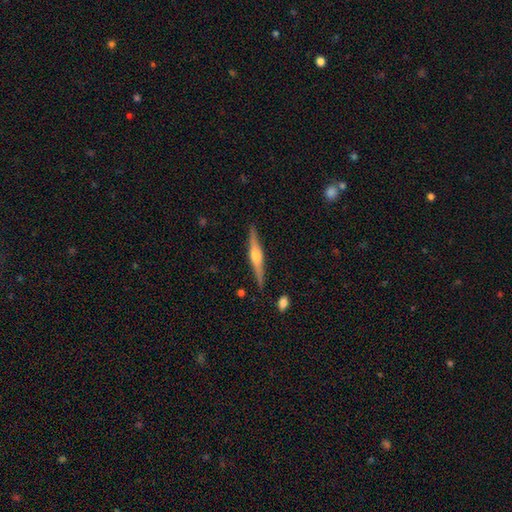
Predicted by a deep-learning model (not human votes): The model was most divided on "smooth or featured": featured or disk: 76%, smooth: 19%, star or artifact: 5%. More confident: edge-on disk — yes (98%); merging — none (88%); edge-on bulge — rounded (86%).